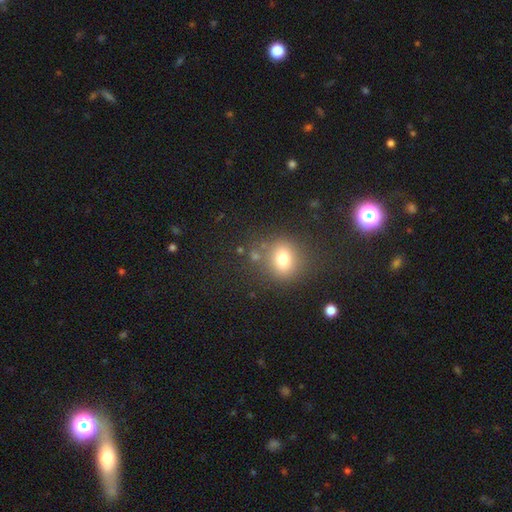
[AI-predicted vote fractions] Smooth or featured?
  - smooth: 70% *
  - star or artifact: 19%
  - featured or disk: 12%
How rounded?
  - round: 63% *
  - in between: 35%
  - cigar-shaped: 2%
Merging?
  - none: 75% *
  - minor disturbance: 12%
  - merger: 8%
  - major disturbance: 5%